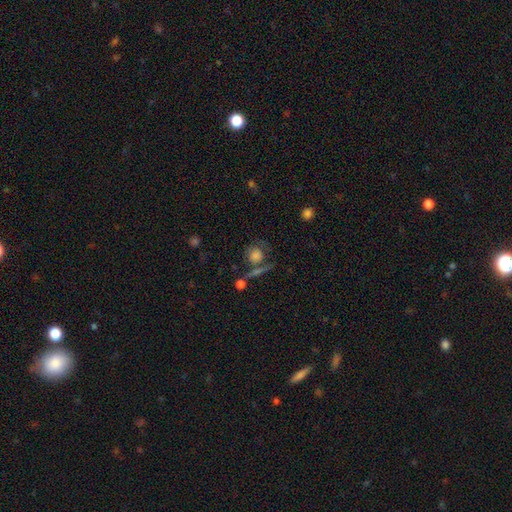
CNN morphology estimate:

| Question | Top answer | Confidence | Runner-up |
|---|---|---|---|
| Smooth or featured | smooth | 64% | featured or disk (22%) |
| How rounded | round | 82% | in between (16%) |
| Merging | none | 53% | merger (17%) |